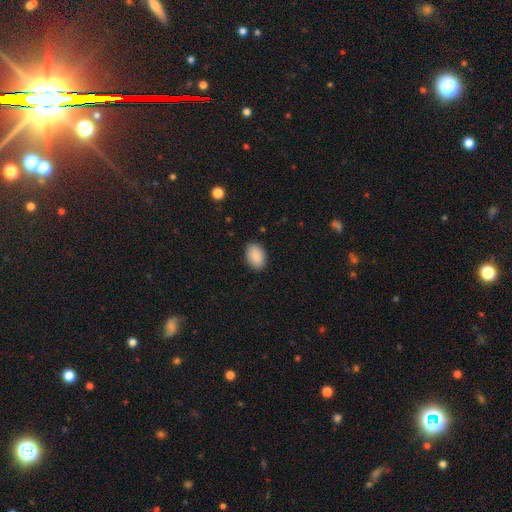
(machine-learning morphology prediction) Overall: smooth (89%). How rounded: in between (87%). Merging: none (88%).